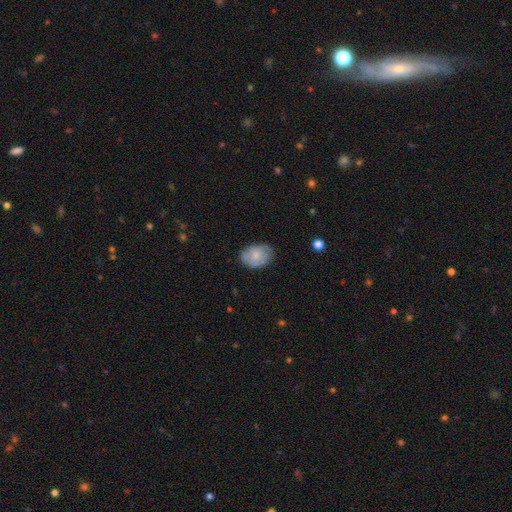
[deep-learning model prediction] Q: Smooth or featured?
A: smooth (66%); runner-up: featured or disk (27%)
Q: How rounded?
A: in between (75%); runner-up: round (24%)
Q: Merging?
A: none (69%); runner-up: minor disturbance (24%)